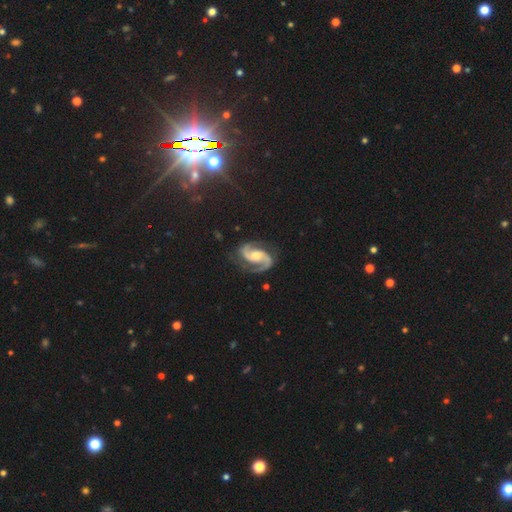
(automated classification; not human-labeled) Smooth or featured? Predicted: featured or disk (p=0.92). Edge-on disk? Predicted: no (p=0.98). Bar? Predicted: no (p=0.53). Spiral arms? Predicted: yes (p=0.98). Spiral winding? Predicted: medium (p=0.60). Spiral arm count? Predicted: 2 (p=0.94). Bulge size? Predicted: moderate (p=0.59). Merging? Predicted: none (p=0.78).